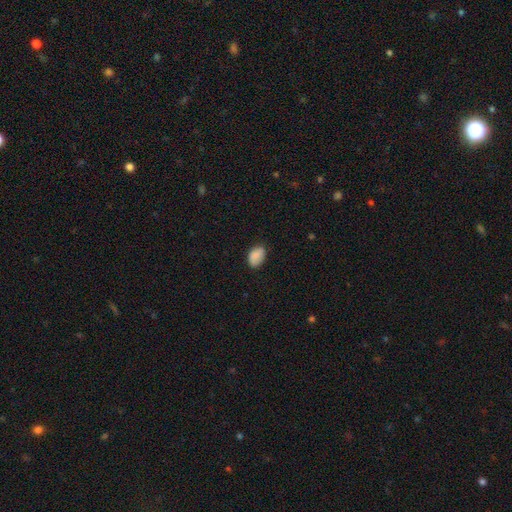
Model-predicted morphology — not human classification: Overall: smooth (88%). How rounded: in between (87%). Merging: none (77%).